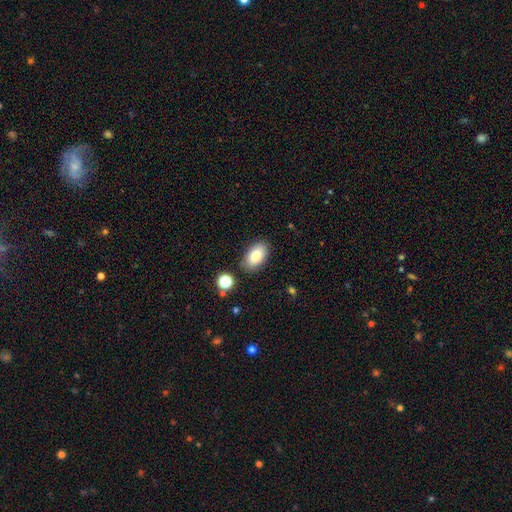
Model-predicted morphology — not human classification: A smooth galaxy with no disk features (82%) that is in between round and cigar-shaped (92%).

Vote fractions:
- Smooth or featured? smooth: 82% / featured or disk: 10% / star or artifact: 8%
- How rounded? in between: 92% / round: 6% / cigar-shaped: 2%
- Merging? none: 83% / minor disturbance: 11% / merger: 3% / major disturbance: 3%